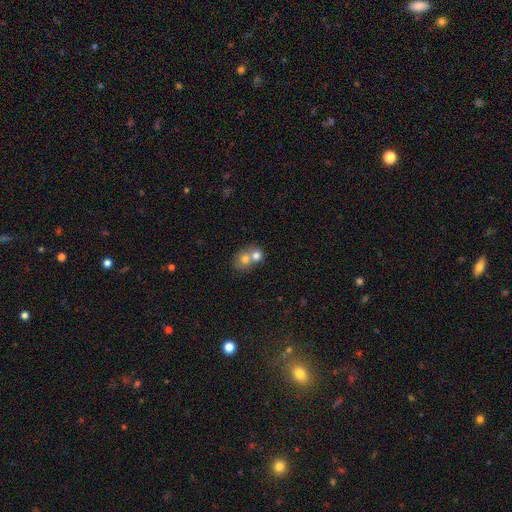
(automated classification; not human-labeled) Q: Smooth or featured?
A: smooth (73%); runner-up: featured or disk (17%)
Q: How rounded?
A: round (70%); runner-up: in between (29%)
Q: Merging?
A: merger (68%); runner-up: none (25%)